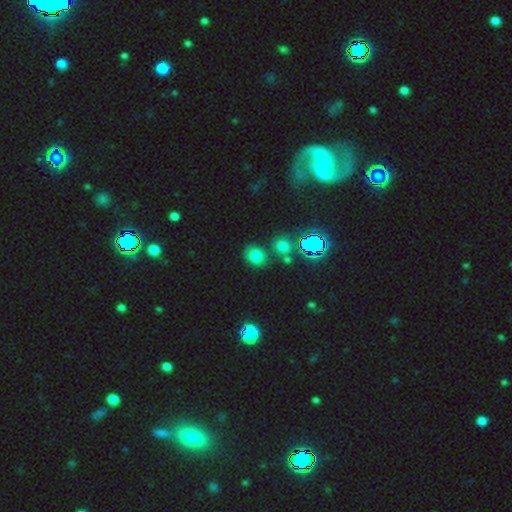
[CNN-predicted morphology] This is likely a smooth galaxy (67%). How rounded: likely round (70%). Merging: likely none (77%).